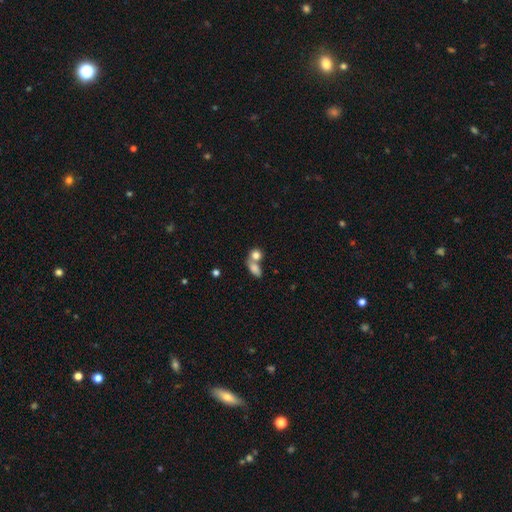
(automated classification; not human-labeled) A smooth galaxy with no disk features (82%) that is in between round and cigar-shaped (54%).

Vote fractions:
- Smooth or featured? smooth: 82% / featured or disk: 10% / star or artifact: 9%
- How rounded? in between: 54% / round: 42% / cigar-shaped: 4%
- Merging? merger: 56% / none: 31% / minor disturbance: 8% / major disturbance: 5%